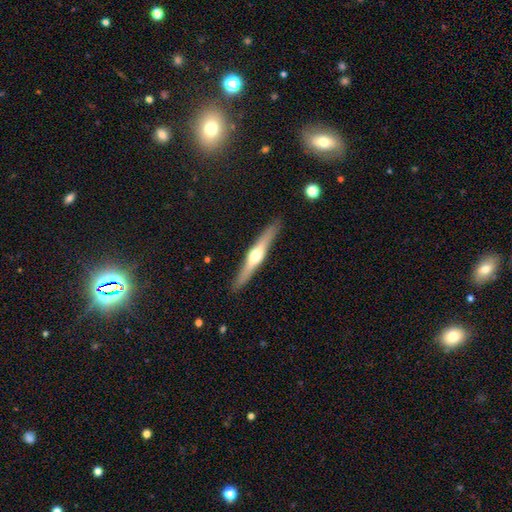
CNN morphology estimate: smooth_or_featured: featured or disk (p=0.70) [alt: smooth p=0.25]
disk_edge_on: yes (p=0.97) [alt: no p=0.03]
edge_on_bulge: rounded (p=0.90) [alt: boxy p=0.06]
merging: none (p=0.91) [alt: minor disturbance p=0.07]